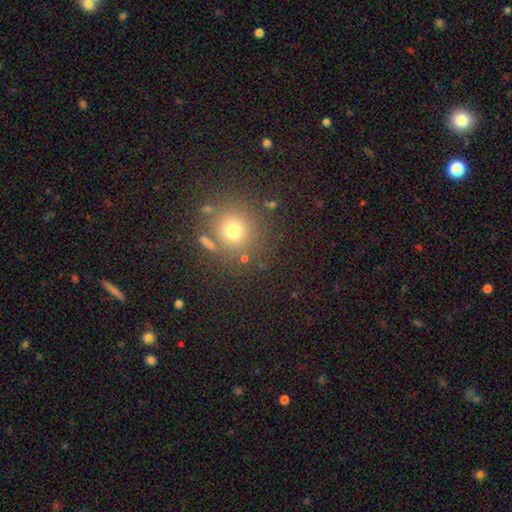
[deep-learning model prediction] The model was most divided on "smooth or featured": smooth: 63%, star or artifact: 28%, featured or disk: 10%. More confident: how rounded — round (92%); merging — none (81%).